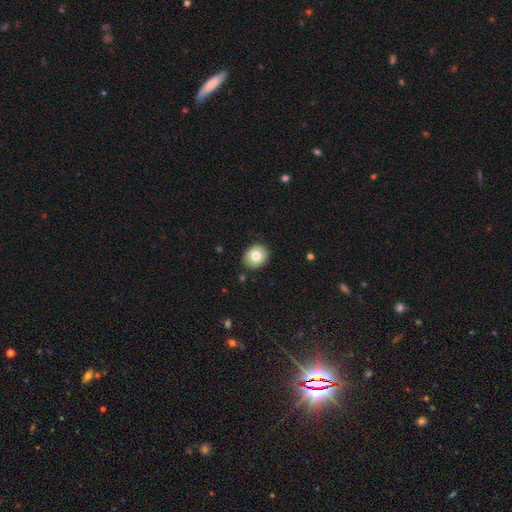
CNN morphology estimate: Smooth or featured?
  - smooth: 78% *
  - featured or disk: 13%
  - star or artifact: 9%
How rounded?
  - round: 67% *
  - in between: 33%
  - cigar-shaped: 1%
Merging?
  - none: 90% *
  - minor disturbance: 7%
  - major disturbance: 2%
  - merger: 1%